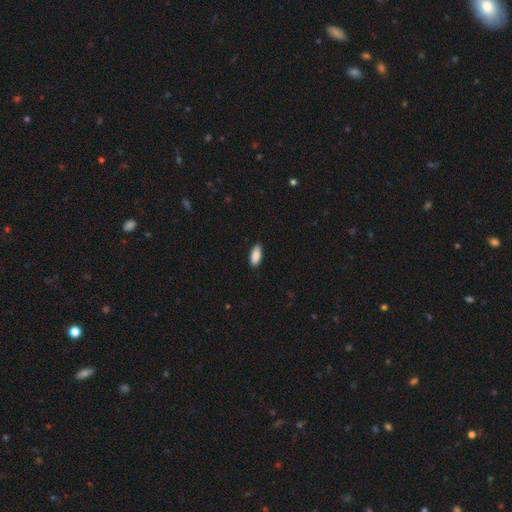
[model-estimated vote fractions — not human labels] This appears to be a smooth galaxy with no disk features (90%) that is in between round and cigar-shaped (85%). Merging: none (89%).